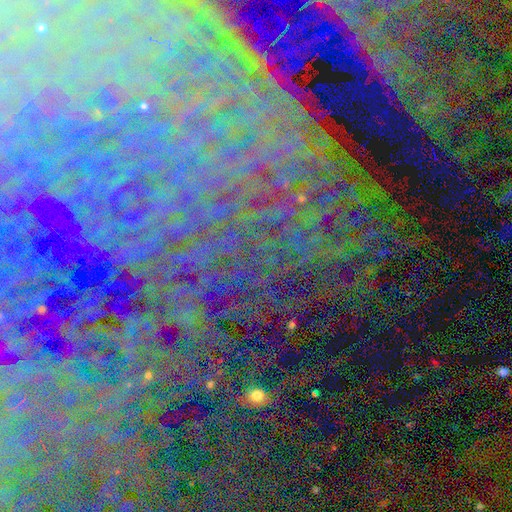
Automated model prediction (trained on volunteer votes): A star or artifact, not a galaxy (83%).